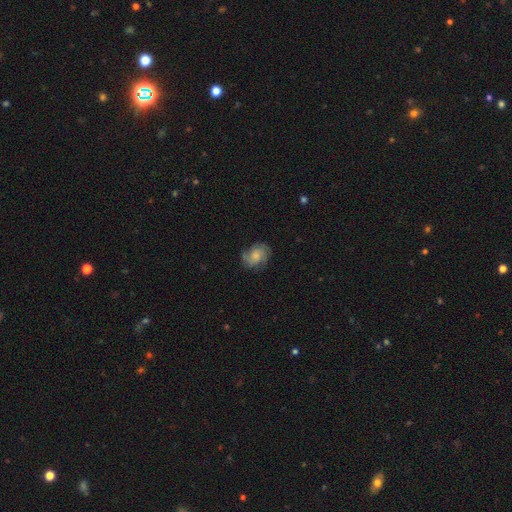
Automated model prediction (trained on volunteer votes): Morphology: type=featured or disk (59%); edge-on=no (97%); bar=no (73%); spiral arms=yes (91%); winding=medium (43%); arm count=3 (30%); bulge=moderate (38%); merging=none (72%).